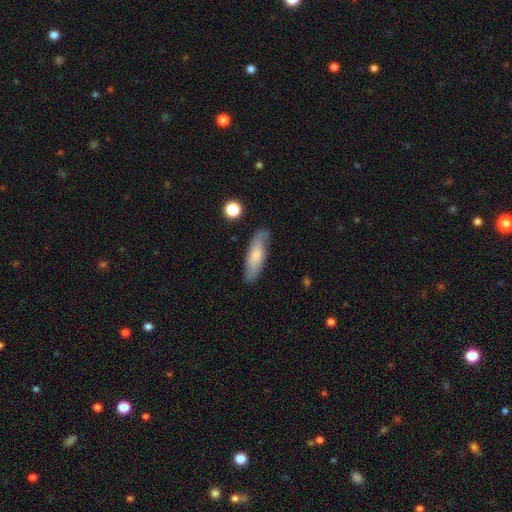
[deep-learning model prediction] This appears to be a smooth galaxy with no disk features (61%) that is in between round and cigar-shaped (52%). Merging: none (74%).